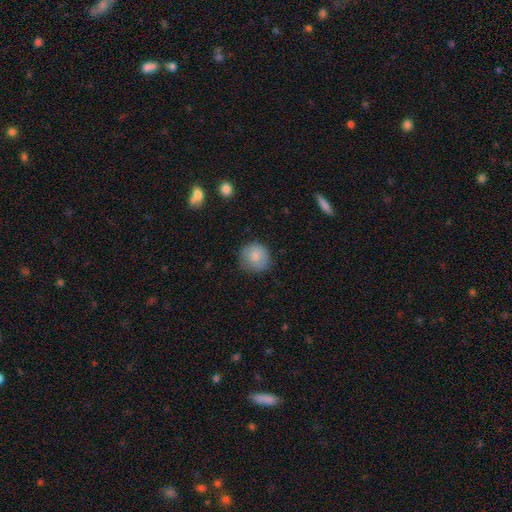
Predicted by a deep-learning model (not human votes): smooth-or-featured: smooth: 83% | featured or disk: 10% | star or artifact: 8%
  how-rounded: round: 90% | in between: 9% | cigar-shaped: 1%
  merging: none: 77% | minor disturbance: 17% | major disturbance: 4% | merger: 1%